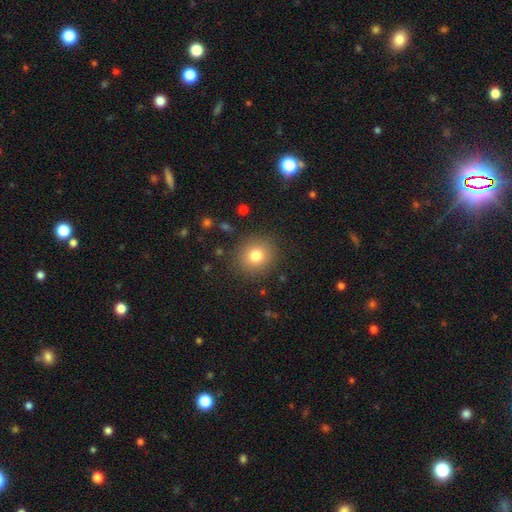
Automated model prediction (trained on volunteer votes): This appears to be a smooth galaxy with no disk features (79%) that is round (86%). Merging: none (88%).